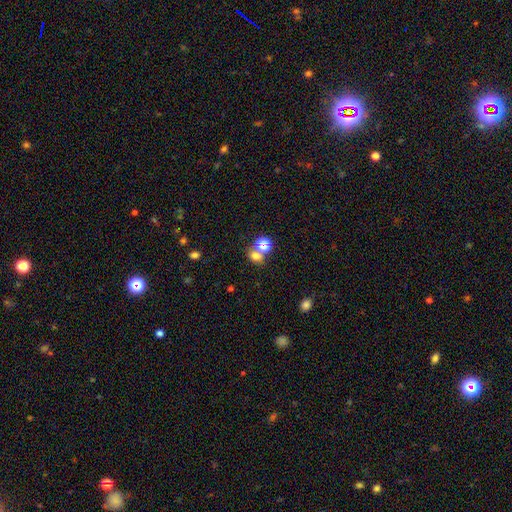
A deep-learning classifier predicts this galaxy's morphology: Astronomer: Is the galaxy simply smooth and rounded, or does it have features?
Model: smooth — 66%.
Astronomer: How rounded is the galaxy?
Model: round — 56% (runner-up: in between, 43%).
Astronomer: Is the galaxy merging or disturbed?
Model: none — 54% (runner-up: merger, 33%).